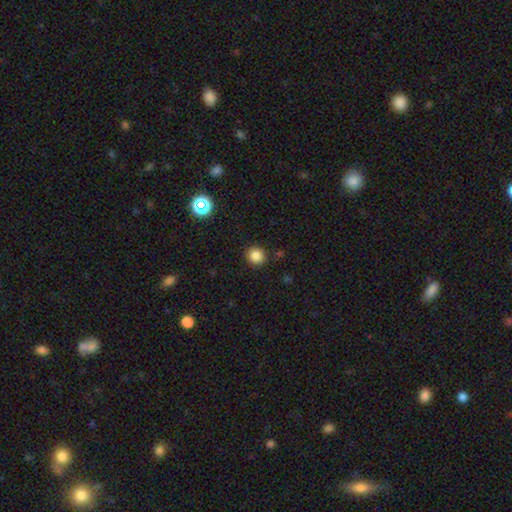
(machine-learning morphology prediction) This appears to be a smooth galaxy with no disk features (84%) that is round (92%). Merging: none (90%).